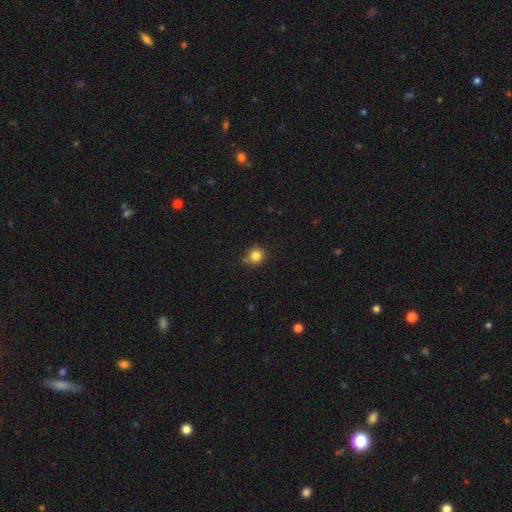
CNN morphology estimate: Smooth or featured? smooth (83%)
How rounded? round (90%)
Merging? none (77%)